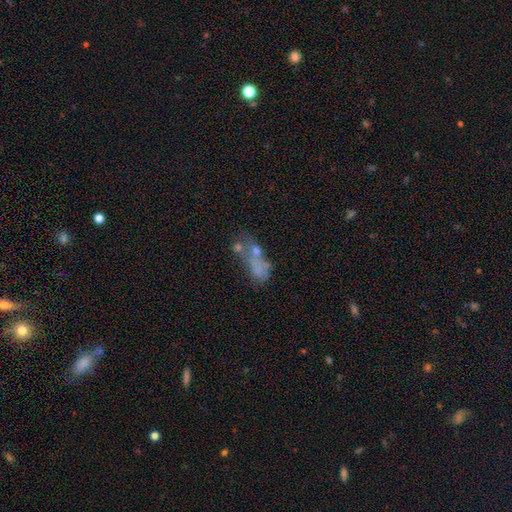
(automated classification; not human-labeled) This is marginally a smooth galaxy (40%, tied with featured or disk). Merging: marginally merger (36%).